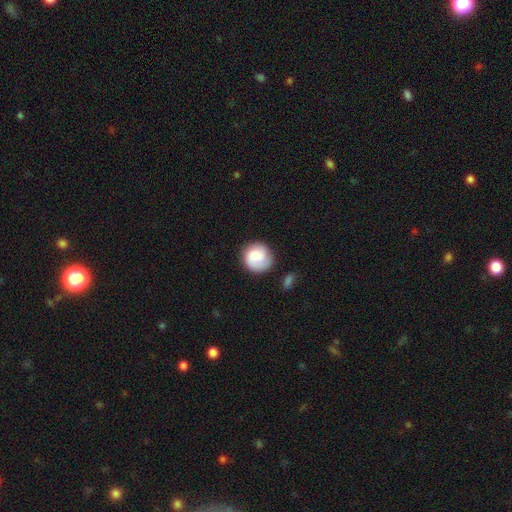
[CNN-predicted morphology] smooth-or-featured: smooth: 73% | featured or disk: 20% | star or artifact: 7%
  how-rounded: round: 91% | in between: 8% | cigar-shaped: 1%
  merging: none: 75% | minor disturbance: 16% | major disturbance: 5% | merger: 3%